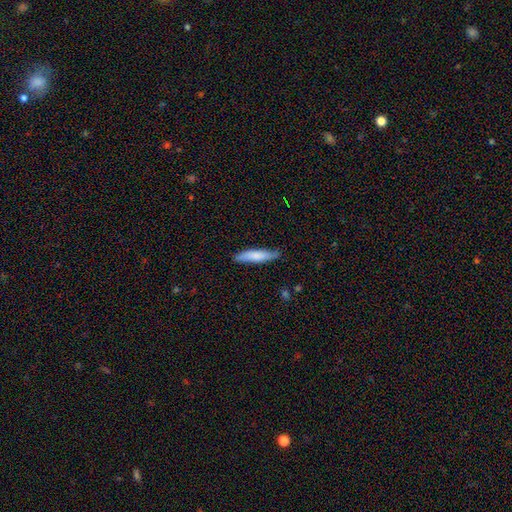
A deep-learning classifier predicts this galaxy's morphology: smooth 77%, featured or disk 17%, star or artifact 5%. Down the decision tree: how rounded — cigar-shaped (81%); merging — none (82%).